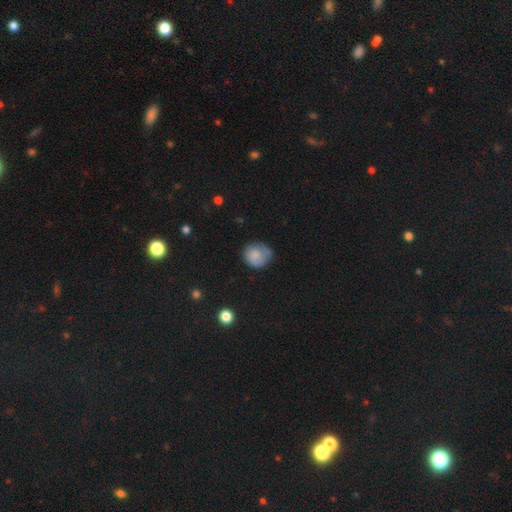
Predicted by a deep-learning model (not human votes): Q: Smooth or featured?
A: smooth (76%); runner-up: featured or disk (16%)
Q: How rounded?
A: round (81%); runner-up: in between (18%)
Q: Merging?
A: none (58%); runner-up: minor disturbance (30%)